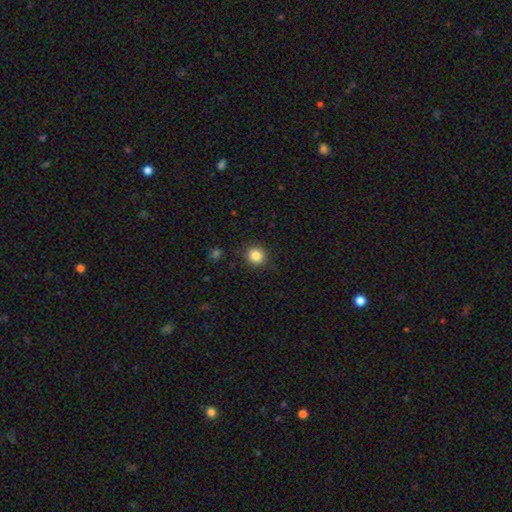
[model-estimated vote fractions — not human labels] Morphology: type=smooth (85%); roundness=round (87%); merging=none (89%).